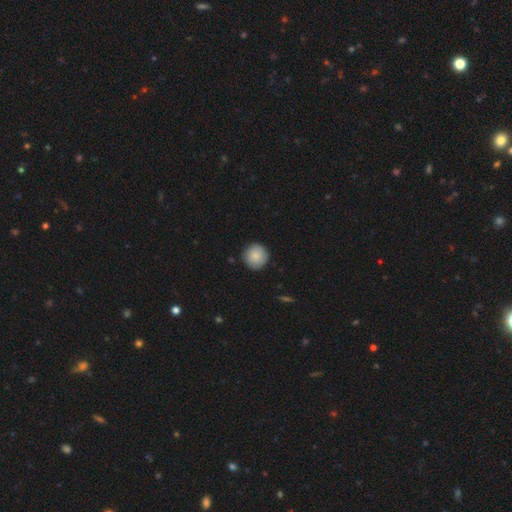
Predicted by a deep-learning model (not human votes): A smooth galaxy with no disk features (85%) that is round (94%). Merging: none (87%).